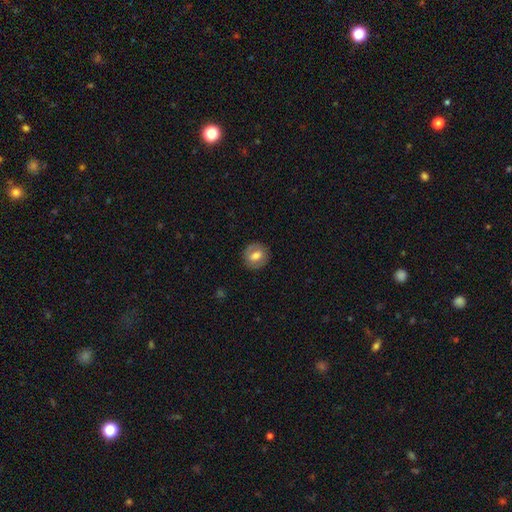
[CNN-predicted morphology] smooth 60%, featured or disk 32%, star or artifact 8%. Down the decision tree: how rounded — round (76%); merging — none (85%).